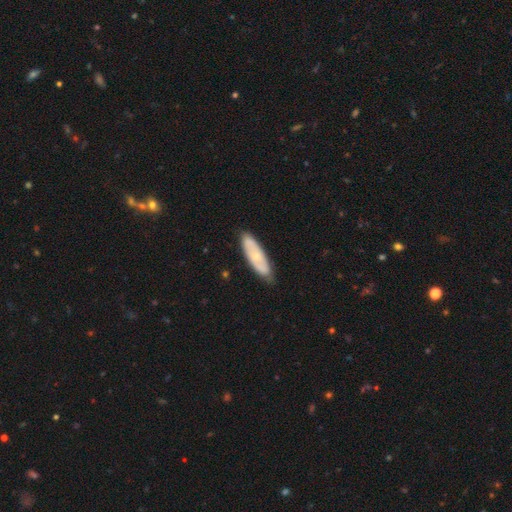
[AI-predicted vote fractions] This appears to be a featured or disk galaxy (50%). Merging: none (82%).